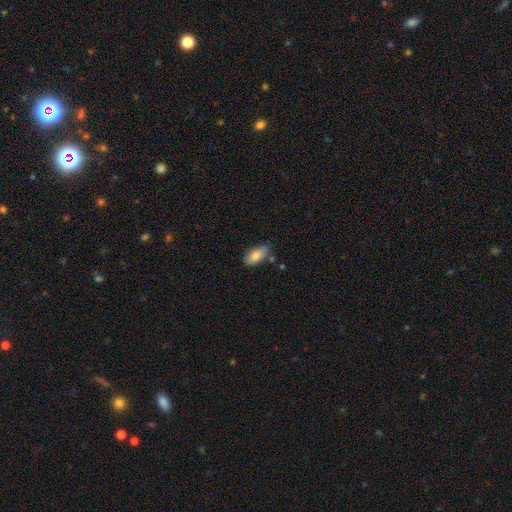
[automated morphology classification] smooth_or_featured: smooth (p=0.82) [alt: featured or disk p=0.11]
how_rounded: in between (p=0.91) [alt: cigar-shaped p=0.07]
merging: none (p=0.70) [alt: minor disturbance p=0.22]